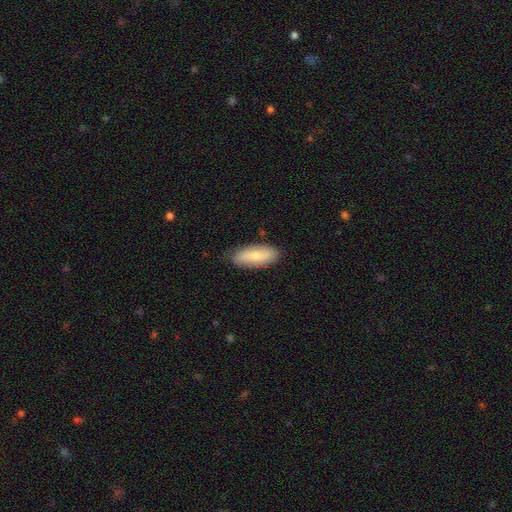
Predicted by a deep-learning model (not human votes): This is likely a smooth galaxy (71%). How rounded: likely in between (77%). Merging: clearly none (83%).